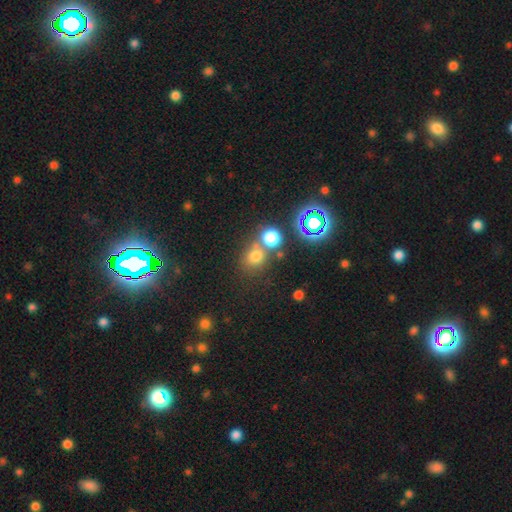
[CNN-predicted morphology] Smooth or featured? Predicted: smooth (p=0.68). How rounded? Predicted: round (p=0.78). Merging? Predicted: none (p=0.52).